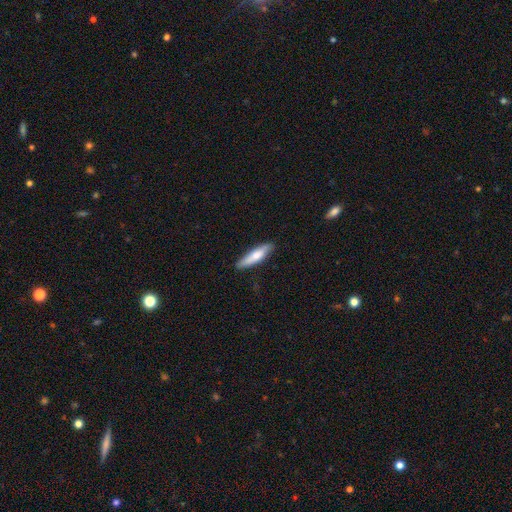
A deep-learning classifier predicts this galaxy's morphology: smooth_or_featured: smooth (p=0.70) [alt: featured or disk p=0.25]
how_rounded: cigar-shaped (p=0.75) [alt: in between p=0.23]
merging: none (p=0.86) [alt: minor disturbance p=0.11]